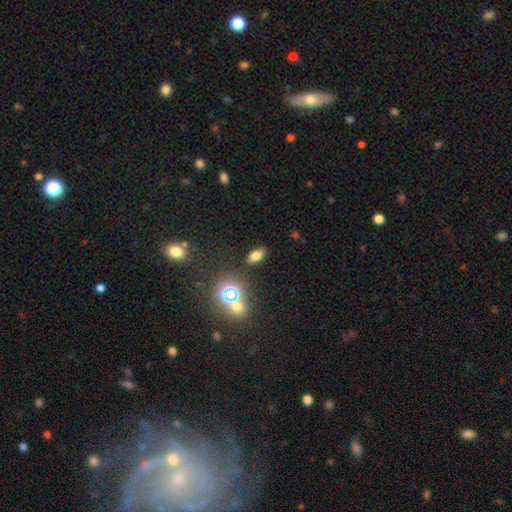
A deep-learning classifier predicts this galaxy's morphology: The model was most divided on "smooth or featured": smooth: 66%, star or artifact: 23%, featured or disk: 12%. More confident: merging — none (86%); how rounded — in between (85%).